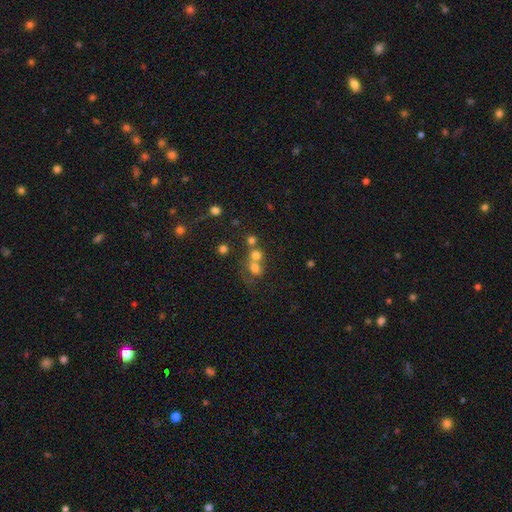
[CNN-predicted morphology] smooth_or_featured: smooth (p=0.67) [alt: star or artifact p=0.18]
how_rounded: round (p=0.73) [alt: in between p=0.26]
merging: merger (p=0.55) [alt: none p=0.34]